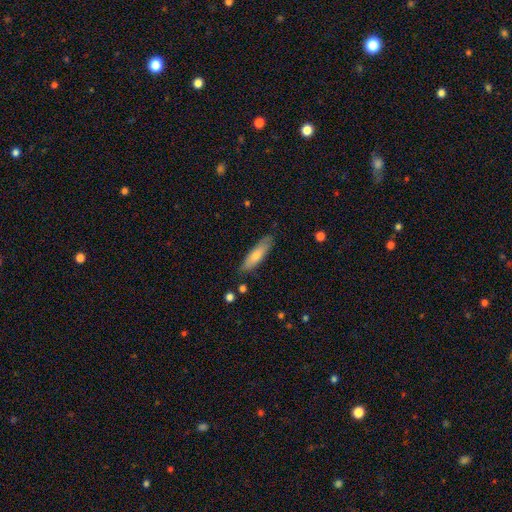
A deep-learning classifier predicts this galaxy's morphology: Q: Smooth or featured?
A: smooth (71%); runner-up: featured or disk (24%)
Q: How rounded?
A: cigar-shaped (67%); runner-up: in between (31%)
Q: Merging?
A: none (82%); runner-up: minor disturbance (14%)